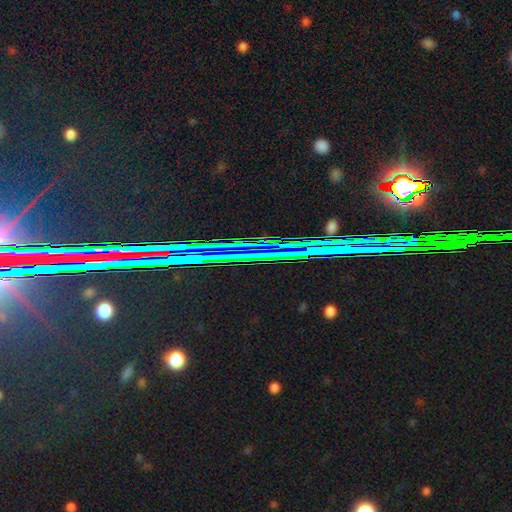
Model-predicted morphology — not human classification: smooth_or_featured: star or artifact (p=0.81) [alt: featured or disk p=0.11]